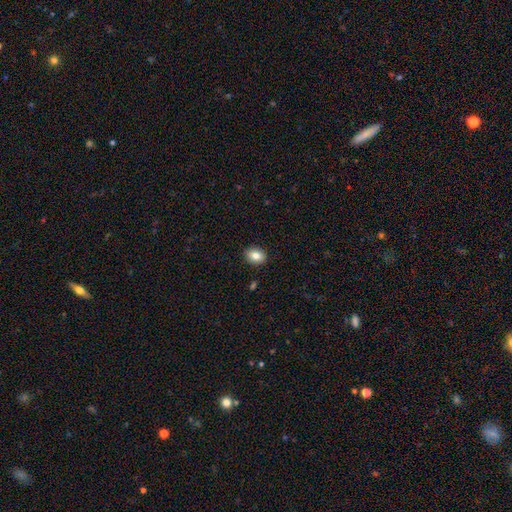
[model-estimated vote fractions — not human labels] smooth_or_featured: smooth (p=0.82) [alt: featured or disk p=0.09]
how_rounded: in between (p=0.62) [alt: round p=0.37]
merging: none (p=0.90) [alt: minor disturbance p=0.07]